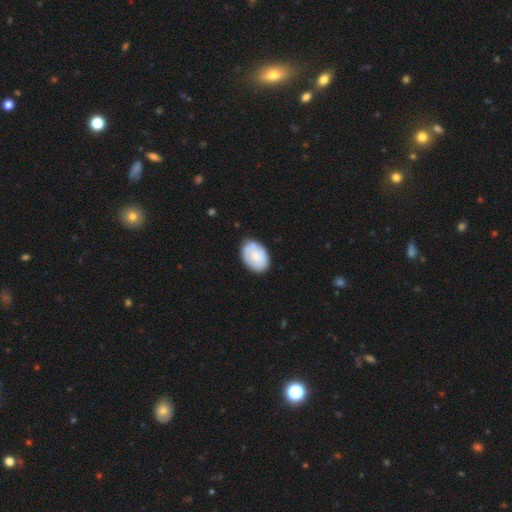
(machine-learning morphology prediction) smooth-or-featured: smooth: 67% | featured or disk: 27% | star or artifact: 6%
  how-rounded: in between: 84% | round: 15% | cigar-shaped: 1%
  merging: none: 76% | minor disturbance: 18% | major disturbance: 4% | merger: 2%